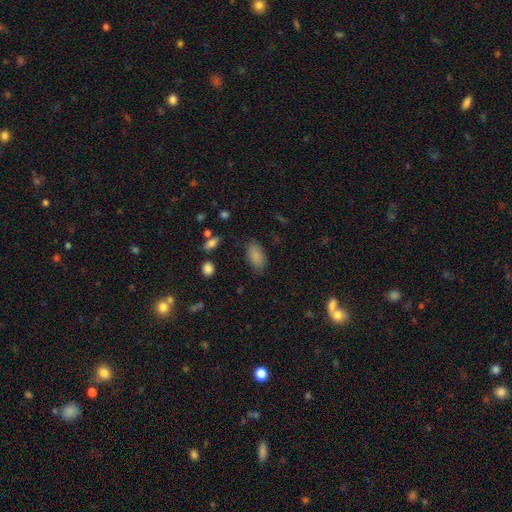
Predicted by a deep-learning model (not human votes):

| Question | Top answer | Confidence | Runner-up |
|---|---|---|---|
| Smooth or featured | smooth | 86% | star or artifact (9%) |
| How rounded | in between | 92% | round (5%) |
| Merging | none | 78% | minor disturbance (16%) |